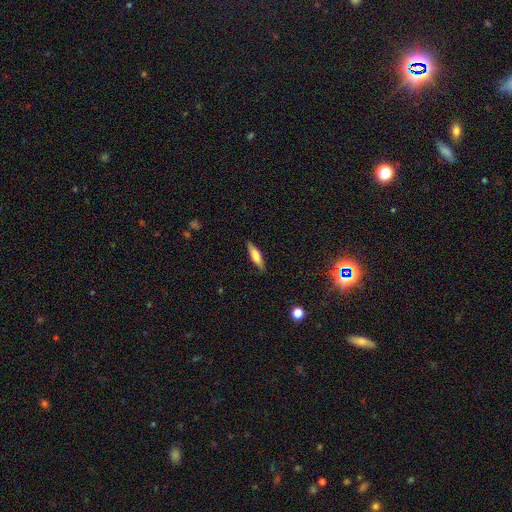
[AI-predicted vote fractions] Morphology: type=smooth (71%); roundness=cigar-shaped (68%); merging=none (86%).